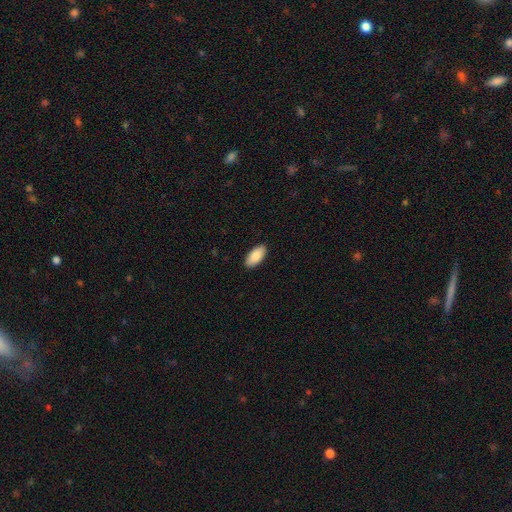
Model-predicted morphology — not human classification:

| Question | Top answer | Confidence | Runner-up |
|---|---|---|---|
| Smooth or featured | smooth | 89% | star or artifact (6%) |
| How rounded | in between | 93% | cigar-shaped (5%) |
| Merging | none | 90% | minor disturbance (8%) |